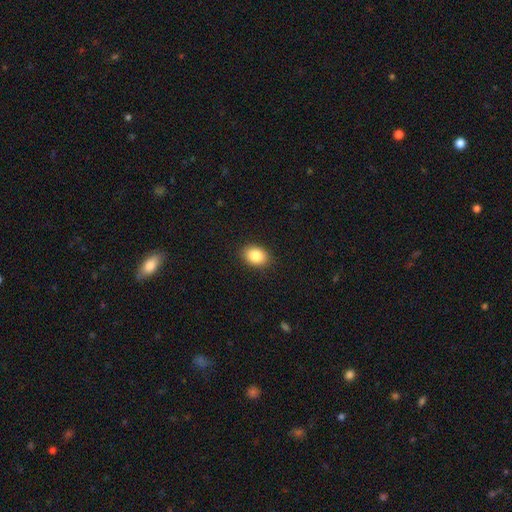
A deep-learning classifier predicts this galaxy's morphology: Overall: smooth (86%). How rounded: in between (72%). Merging: none (89%).